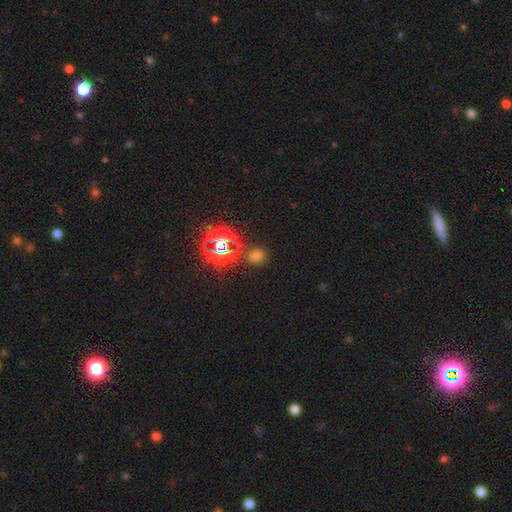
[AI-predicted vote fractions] Smooth or featured: smooth — 53% (star or artifact — 41%)
How rounded: round — 50% (in between — 49%)
Merging: none — 79% (minor disturbance — 11%)